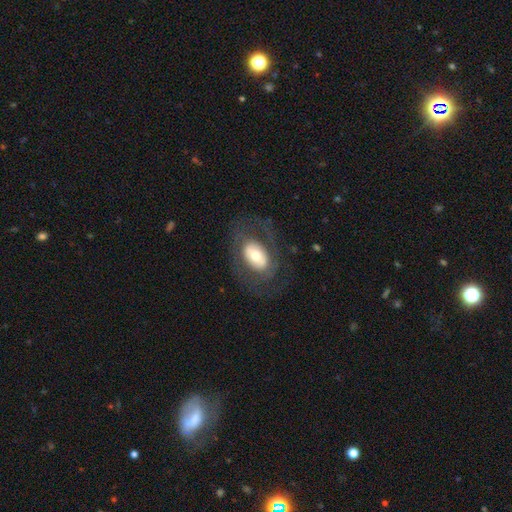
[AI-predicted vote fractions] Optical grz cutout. It shows a featured or disk galaxy (48%). Merging: none (69%).